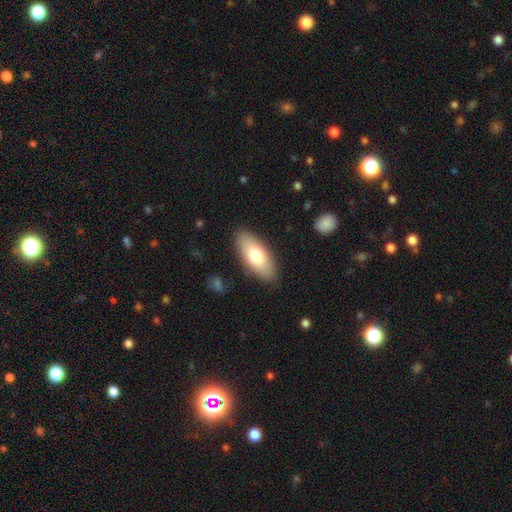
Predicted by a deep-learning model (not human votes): A smooth galaxy with no disk features (74%) that is in between round and cigar-shaped (84%). Merging: none (87%).